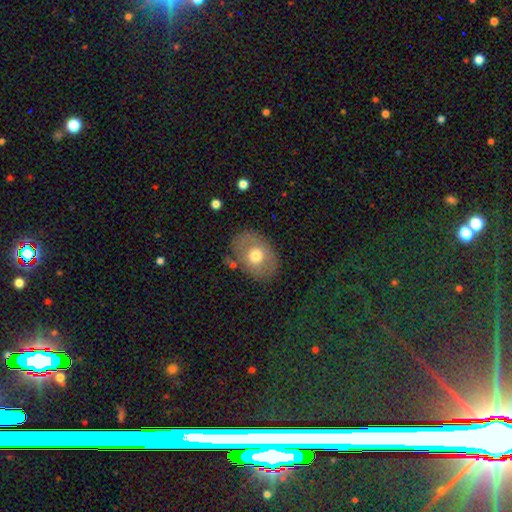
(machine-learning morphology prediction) A smooth galaxy with no disk features (64%) that is in between round and cigar-shaped (70%).

Vote fractions:
- Smooth or featured? smooth: 64% / featured or disk: 29% / star or artifact: 8%
- How rounded? in between: 70% / round: 29% / cigar-shaped: 1%
- Merging? none: 78% / minor disturbance: 14% / major disturbance: 5% / merger: 3%